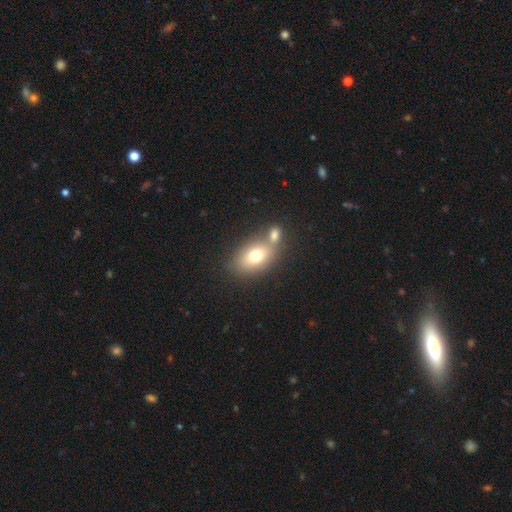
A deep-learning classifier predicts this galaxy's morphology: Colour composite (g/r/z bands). It shows a smooth galaxy with no disk features (74%) that is in between round and cigar-shaped (80%). Merging: none (47%).